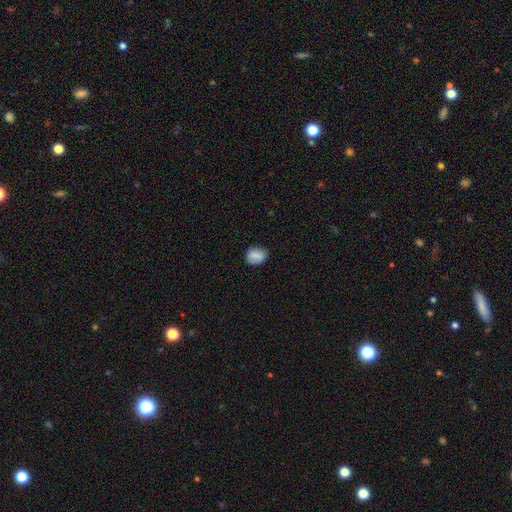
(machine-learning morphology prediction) Smooth or featured? Predicted: smooth (p=0.80). How rounded? Predicted: in between (p=0.56). Merging? Predicted: none (p=0.82).